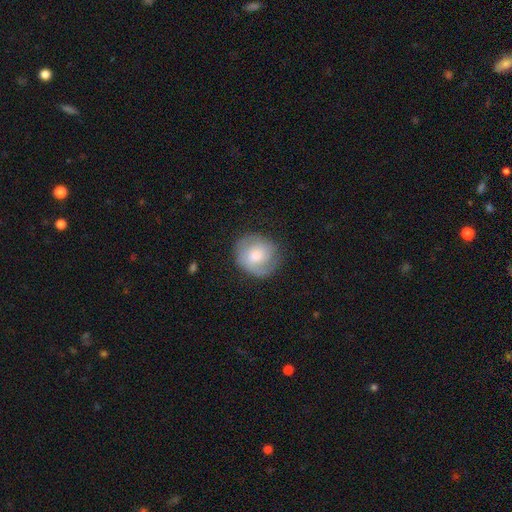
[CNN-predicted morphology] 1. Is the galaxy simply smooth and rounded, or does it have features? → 47% smooth, 46% featured or disk, 7% star or artifact.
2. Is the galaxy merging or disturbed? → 73% none, 18% minor disturbance, 8% major disturbance, 1% merger.